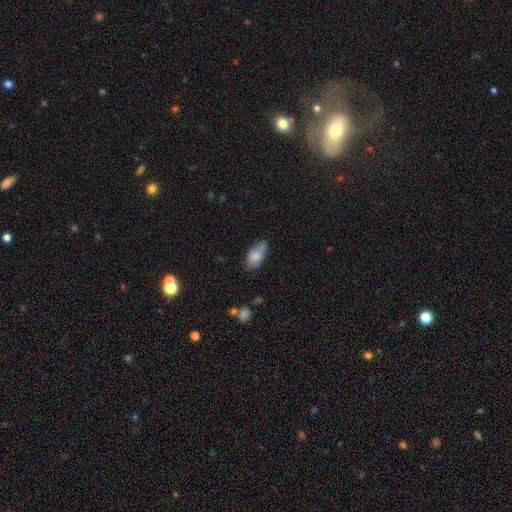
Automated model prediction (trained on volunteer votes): Q: Smooth or featured?
A: smooth (81%); runner-up: featured or disk (12%)
Q: How rounded?
A: in between (90%); runner-up: cigar-shaped (7%)
Q: Merging?
A: none (59%); runner-up: minor disturbance (31%)